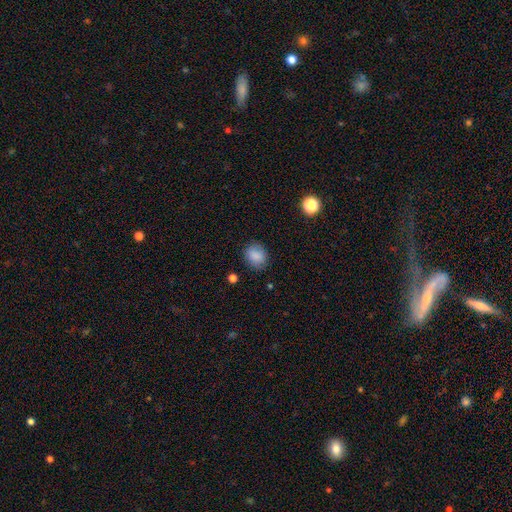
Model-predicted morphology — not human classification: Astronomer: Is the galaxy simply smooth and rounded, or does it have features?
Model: smooth — 85%.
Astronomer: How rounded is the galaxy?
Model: round — 59% (runner-up: in between, 40%).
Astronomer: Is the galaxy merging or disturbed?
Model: none — 80%.